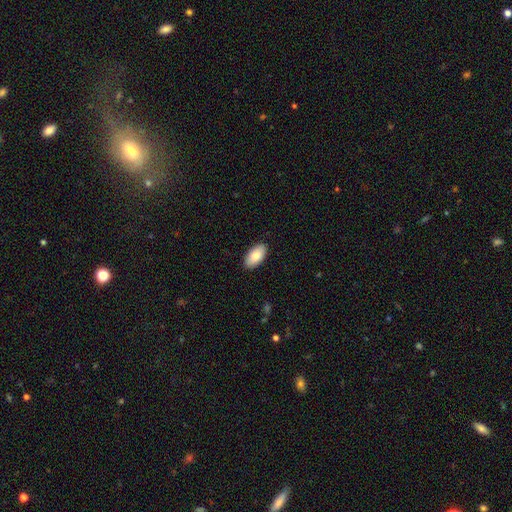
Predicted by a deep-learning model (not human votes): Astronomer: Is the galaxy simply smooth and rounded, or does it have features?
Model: smooth — 85%.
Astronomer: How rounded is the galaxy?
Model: in between — 95%.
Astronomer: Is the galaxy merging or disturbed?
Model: none — 90%.